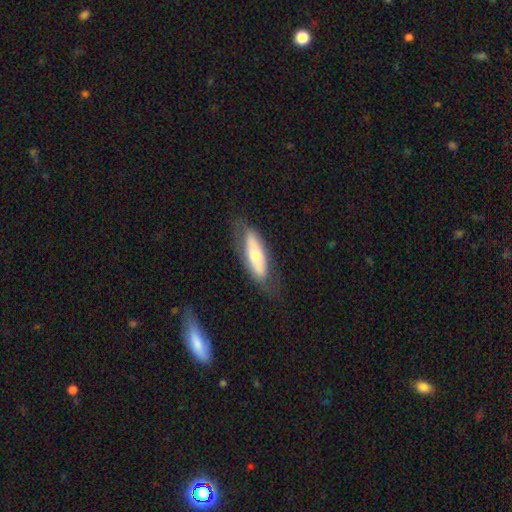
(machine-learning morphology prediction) Smooth or featured? Predicted: smooth (p=0.53). How rounded? Predicted: in between (p=0.58). Merging? Predicted: none (p=0.70).